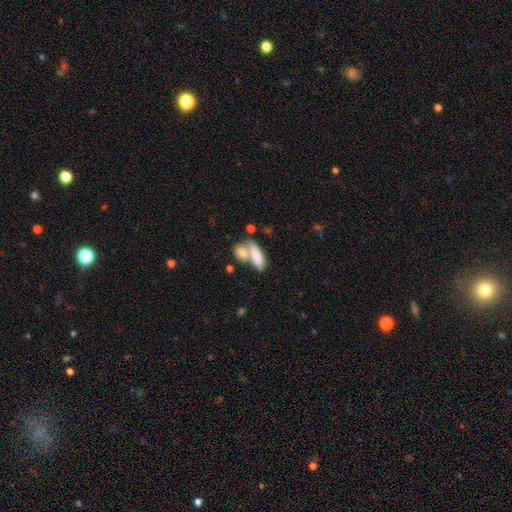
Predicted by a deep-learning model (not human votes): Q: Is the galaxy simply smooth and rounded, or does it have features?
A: smooth — 78%.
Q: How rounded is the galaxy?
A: in between — 74%.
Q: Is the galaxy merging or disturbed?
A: merger — 54%.